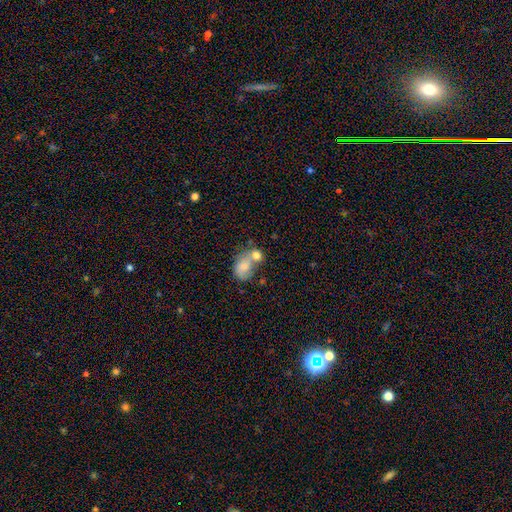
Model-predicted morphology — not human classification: Overall: smooth (71%). How rounded: in between (59%; round 40%). Merging: merger (59%; none 23%).